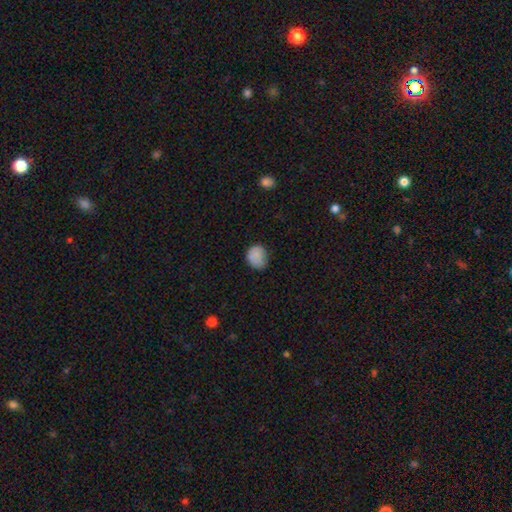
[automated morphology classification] smooth 84%, star or artifact 10%, featured or disk 6%. Down the decision tree: how rounded — round (62%); merging — none (67%).